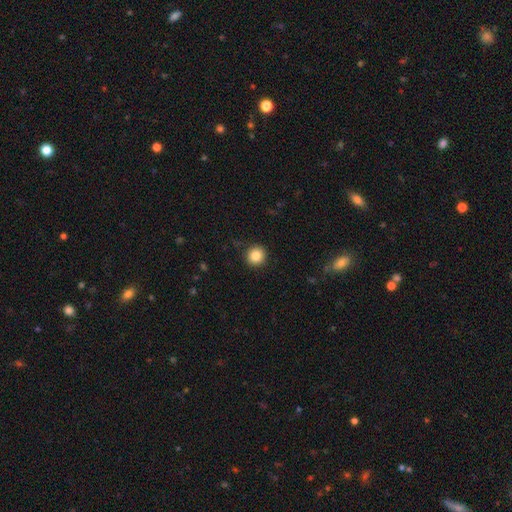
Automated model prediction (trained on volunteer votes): smooth_or_featured: smooth (p=0.85) [alt: star or artifact p=0.10]
how_rounded: round (p=0.93) [alt: in between p=0.06]
merging: none (p=0.91) [alt: minor disturbance p=0.06]